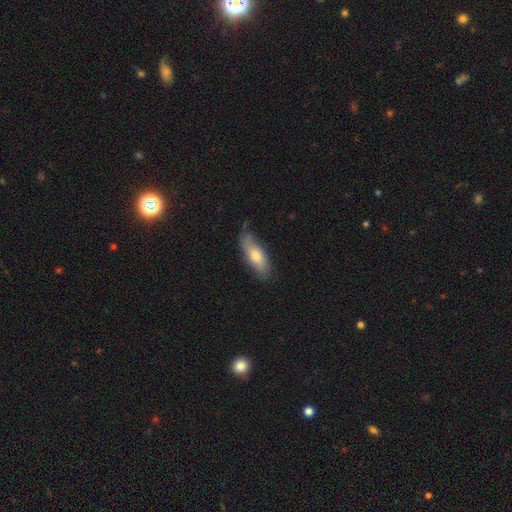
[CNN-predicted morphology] This is likely a smooth galaxy (61%). How rounded: likely in between (63%). Merging: likely none (73%).